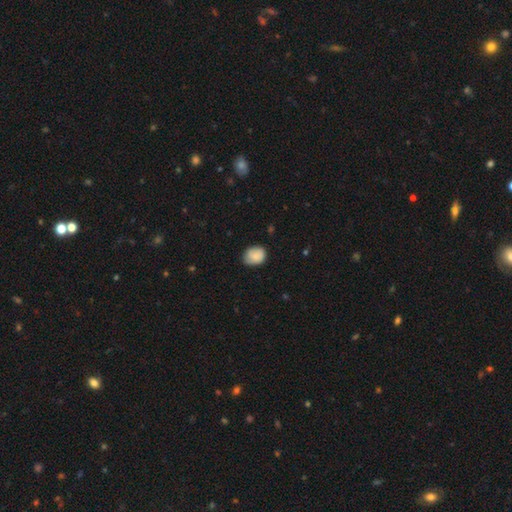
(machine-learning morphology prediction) The model was most divided on "how rounded": round: 53%, in between: 46%, cigar-shaped: 1%. More confident: smooth or featured — smooth (82%); merging — none (66%).